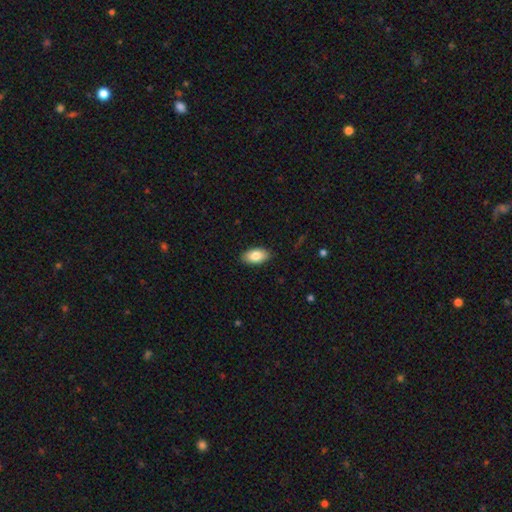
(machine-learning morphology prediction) smooth_or_featured: smooth (p=0.84) [alt: featured or disk p=0.09]
how_rounded: in between (p=0.94) [alt: round p=0.04]
merging: none (p=0.88) [alt: minor disturbance p=0.09]